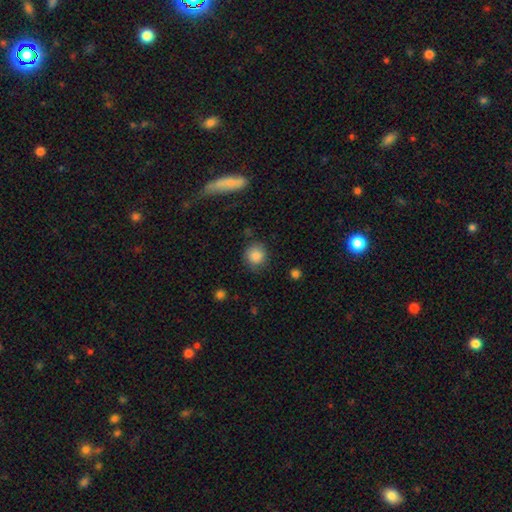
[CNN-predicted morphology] The model was most divided on "merging": none: 80%, minor disturbance: 14%, major disturbance: 4%, merger: 2%. More confident: how rounded — round (89%); smooth or featured — smooth (85%).